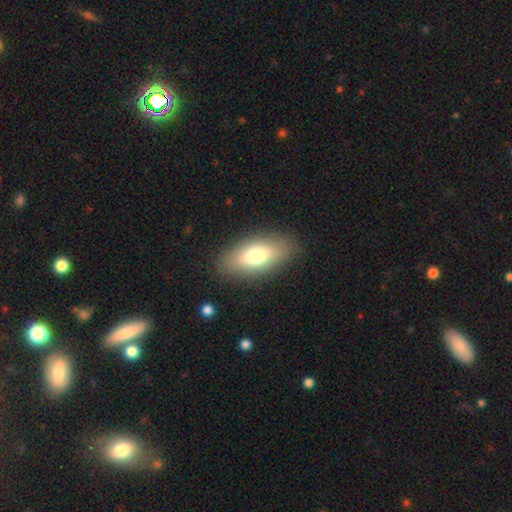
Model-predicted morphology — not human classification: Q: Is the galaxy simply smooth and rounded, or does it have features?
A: smooth — 74%.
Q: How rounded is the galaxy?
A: in between — 87%.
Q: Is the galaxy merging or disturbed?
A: none — 86%.